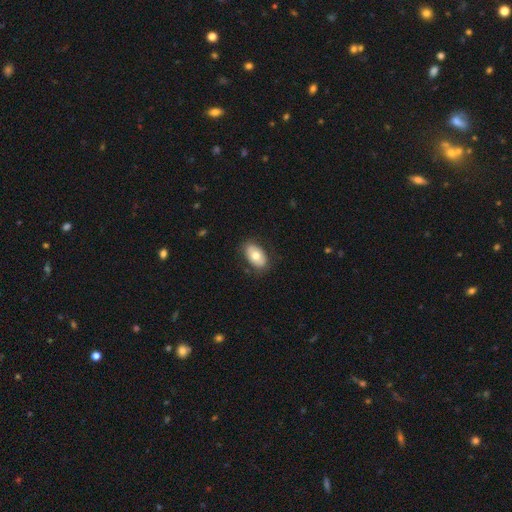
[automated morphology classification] smooth-or-featured: smooth: 69% | featured or disk: 24% | star or artifact: 6%
  how-rounded: in between: 91% | round: 8% | cigar-shaped: 1%
  merging: none: 83% | minor disturbance: 12% | major disturbance: 4% | merger: 1%